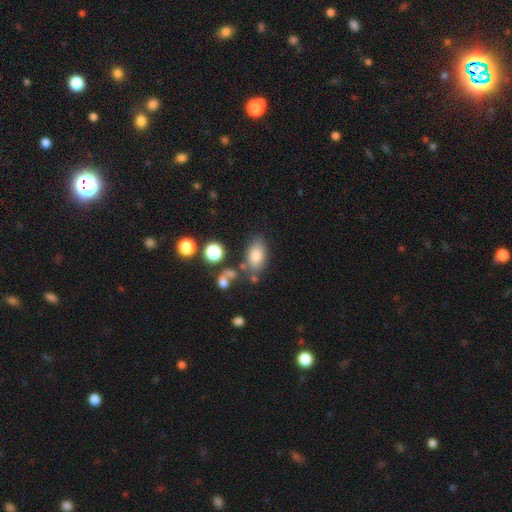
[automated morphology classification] Q: Smooth or featured?
A: smooth (78%); runner-up: featured or disk (12%)
Q: How rounded?
A: in between (89%); runner-up: round (9%)
Q: Merging?
A: none (68%); runner-up: minor disturbance (15%)